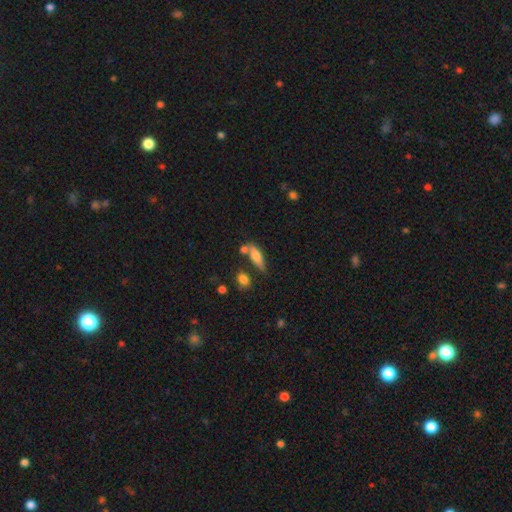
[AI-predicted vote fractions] Smooth or featured?
  - smooth: 66% *
  - featured or disk: 26%
  - star or artifact: 8%
How rounded?
  - cigar-shaped: 52% *
  - in between: 45%
  - round: 3%
Merging?
  - none: 57% *
  - minor disturbance: 19%
  - merger: 17%
  - major disturbance: 6%